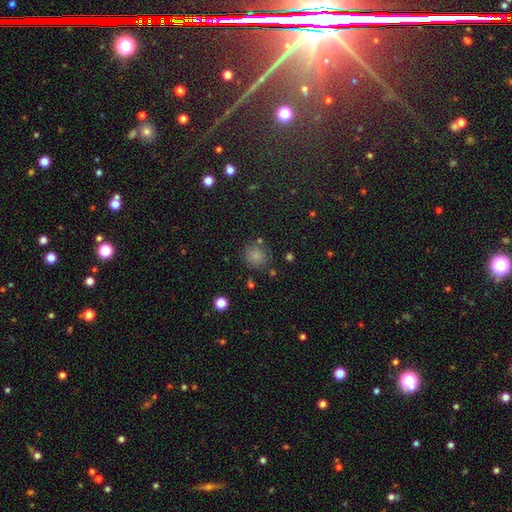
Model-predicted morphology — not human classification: type=smooth (80%); roundness=round (86%); merging=none (79%).